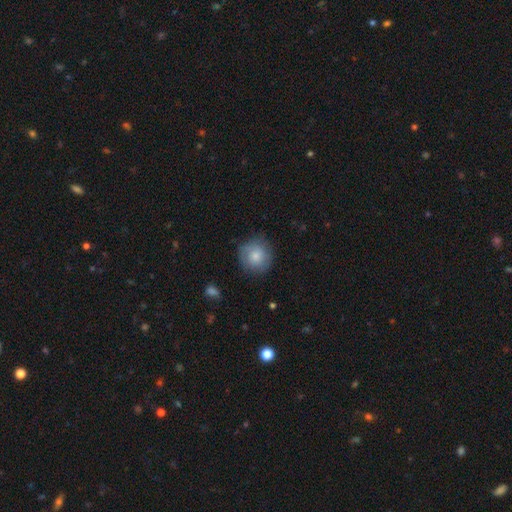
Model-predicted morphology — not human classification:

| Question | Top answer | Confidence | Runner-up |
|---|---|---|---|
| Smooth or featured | smooth | 78% | featured or disk (15%) |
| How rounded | round | 90% | in between (9%) |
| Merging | none | 78% | minor disturbance (17%) |